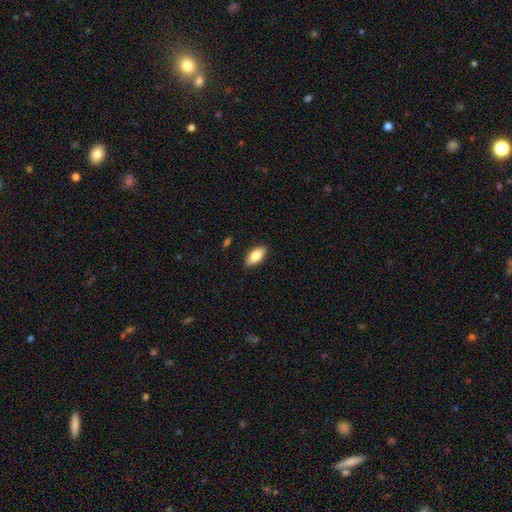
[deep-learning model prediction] smooth-or-featured: smooth: 78% | featured or disk: 15% | star or artifact: 7%
  how-rounded: in between: 84% | cigar-shaped: 13% | round: 2%
  merging: none: 88% | minor disturbance: 9% | major disturbance: 2% | merger: 1%